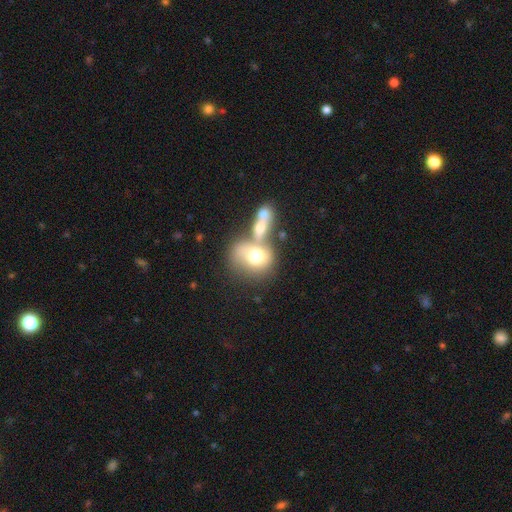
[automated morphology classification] Smooth or featured? smooth (63%)
How rounded? round (53%)
Merging? merger (60%)